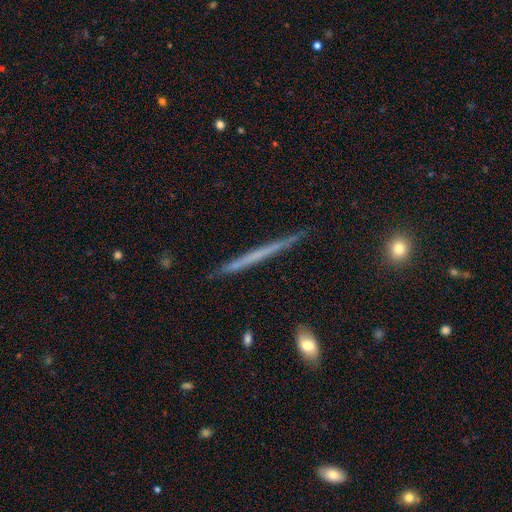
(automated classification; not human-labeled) Q: Smooth or featured?
A: featured or disk (54%); runner-up: smooth (40%)
Q: Edge-on disk?
A: yes (97%); runner-up: no (3%)
Q: Edge-on bulge?
A: none (93%); runner-up: rounded (4%)
Q: Merging?
A: none (88%); runner-up: minor disturbance (9%)